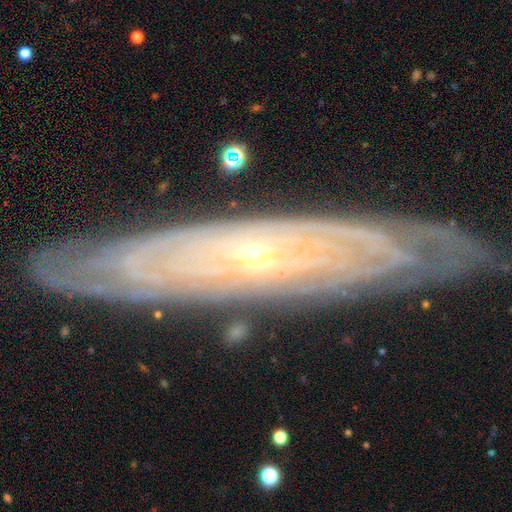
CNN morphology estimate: Overall: featured or disk (82%). Edge-on disk: no (63%; yes 37%). Bar: no (76%). Spiral arms: yes (92%). Bulge size: small (83%). Merging: none (86%).